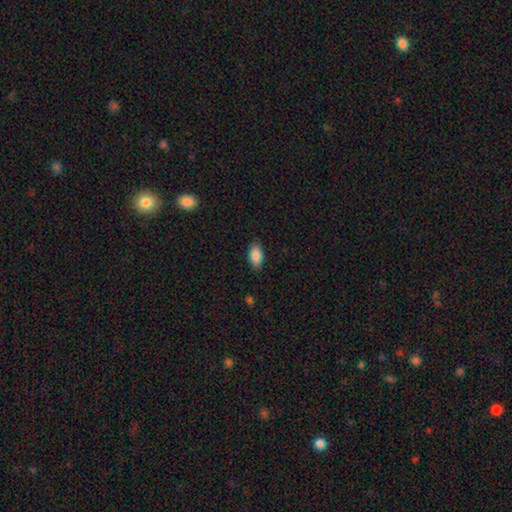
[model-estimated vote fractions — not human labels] Smooth or featured? smooth (88%)
How rounded? in between (93%)
Merging? none (86%)